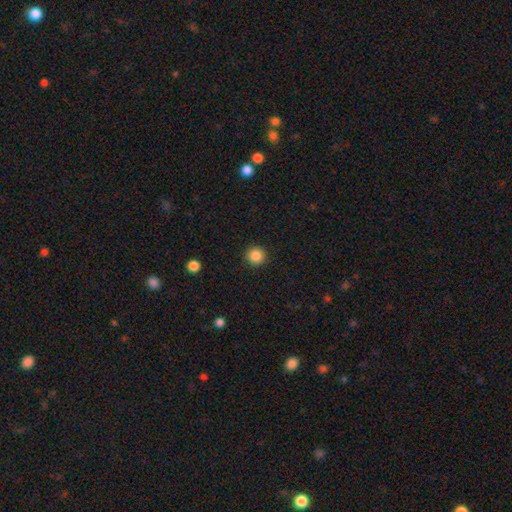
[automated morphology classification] smooth 87%, star or artifact 10%, featured or disk 3%. Down the decision tree: how rounded — round (94%); merging — none (92%).